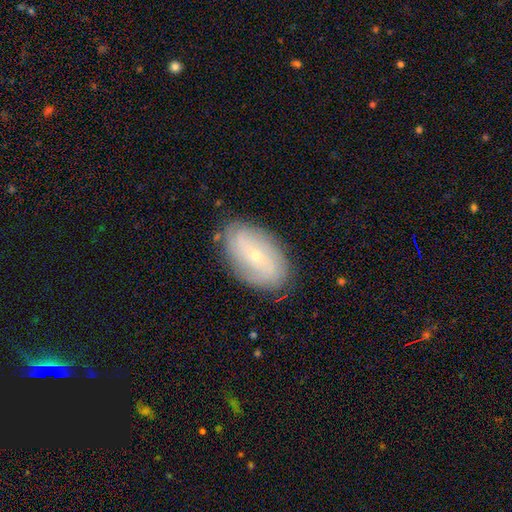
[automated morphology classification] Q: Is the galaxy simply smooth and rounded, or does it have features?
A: featured or disk — 69%.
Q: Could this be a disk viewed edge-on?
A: no — 93%.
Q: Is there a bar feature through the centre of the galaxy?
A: no — 63%.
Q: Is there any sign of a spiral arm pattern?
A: yes — 85%.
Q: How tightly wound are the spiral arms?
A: tight — 54%.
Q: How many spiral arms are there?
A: can't tell — 43%.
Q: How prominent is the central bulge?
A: small — 79%.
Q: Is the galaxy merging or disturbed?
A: none — 82%.